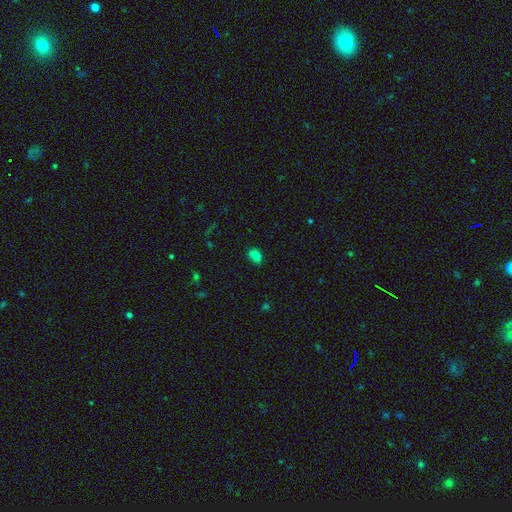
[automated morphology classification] A smooth galaxy with no disk features (76%) that is in between round and cigar-shaped (79%).

Vote fractions:
- Smooth or featured? smooth: 76% / star or artifact: 16% / featured or disk: 7%
- How rounded? in between: 79% / round: 19% / cigar-shaped: 2%
- Merging? none: 68% / minor disturbance: 22% / merger: 5% / major disturbance: 5%